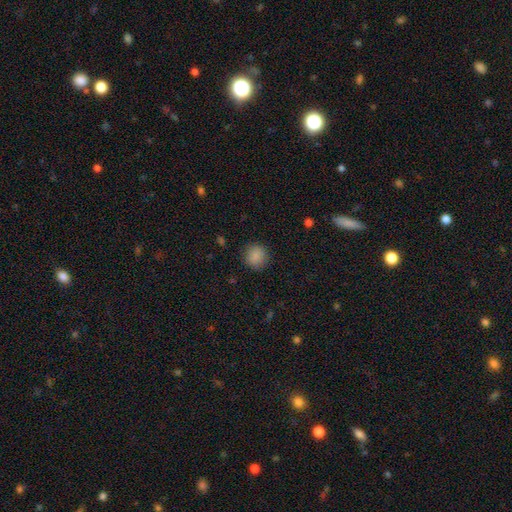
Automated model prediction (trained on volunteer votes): smooth_or_featured: smooth (p=0.86) [alt: star or artifact p=0.10]
how_rounded: round (p=0.87) [alt: in between p=0.12]
merging: none (p=0.88) [alt: minor disturbance p=0.09]